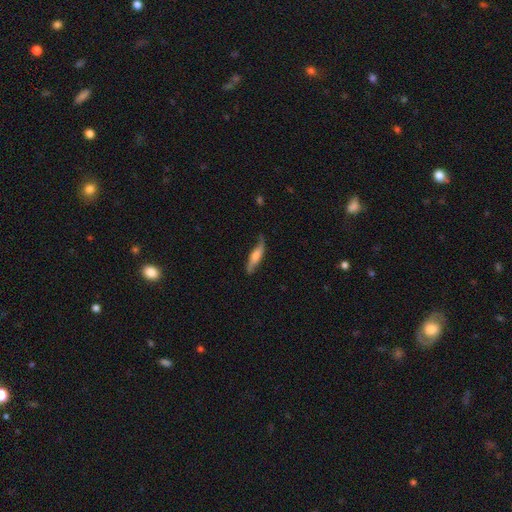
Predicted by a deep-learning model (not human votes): Smooth or featured: featured or disk — 54% (smooth — 40%)
Edge-on disk: yes — 61% (no — 39%)
Merging: none — 68% (minor disturbance — 24%)